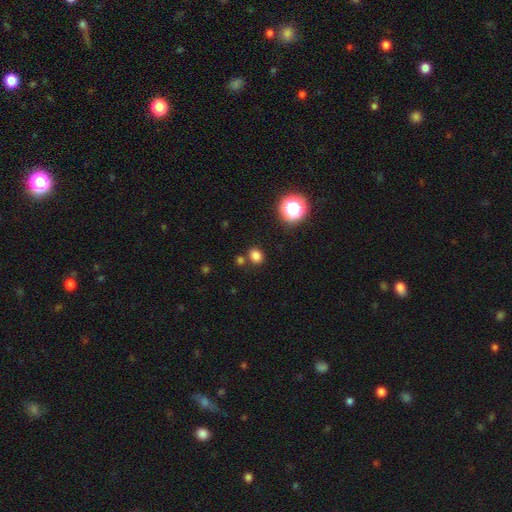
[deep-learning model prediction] This is likely a smooth galaxy (79%). How rounded: possibly round (55%). Merging: likely none (77%).